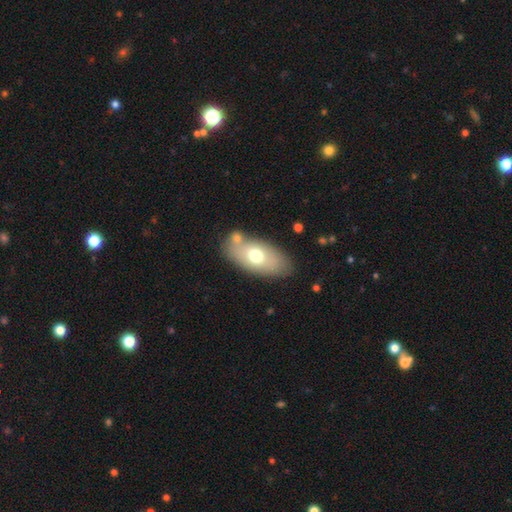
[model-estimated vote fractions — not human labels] A smooth galaxy with no disk features (66%) that is in between round and cigar-shaped (91%). Merging: none (70%).